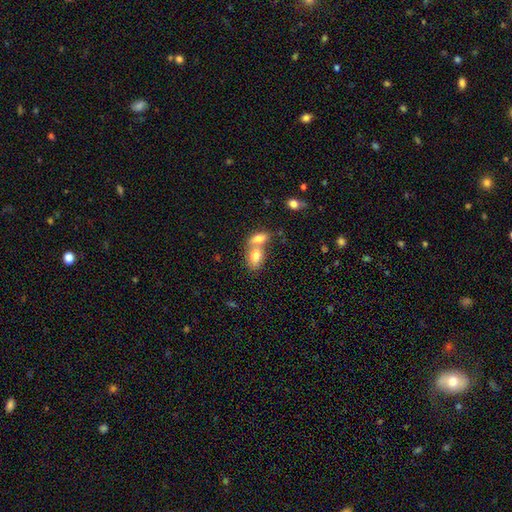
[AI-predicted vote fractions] Smooth or featured? smooth (79%)
How rounded? in between (88%)
Merging? merger (65%)